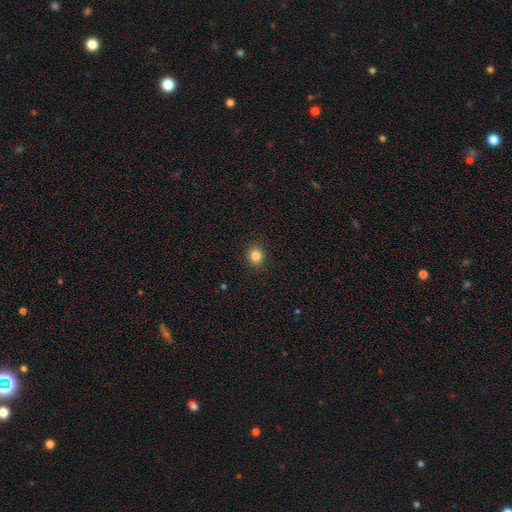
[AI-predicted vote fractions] The model was most divided on "how rounded": round: 75%, in between: 24%, cigar-shaped: 1%. More confident: merging — none (90%); smooth or featured — smooth (84%).